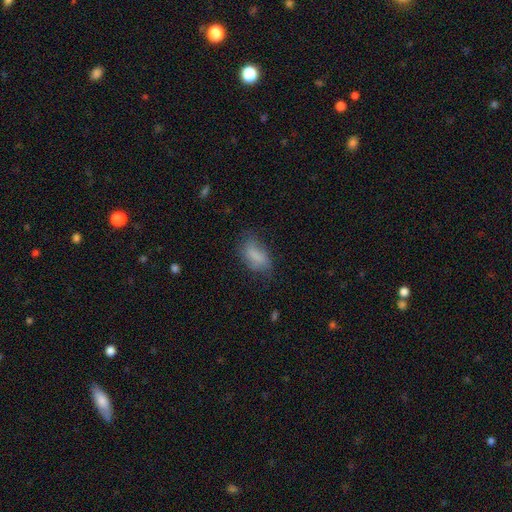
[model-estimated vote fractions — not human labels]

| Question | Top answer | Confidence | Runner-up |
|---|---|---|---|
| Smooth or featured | smooth | 76% | featured or disk (16%) |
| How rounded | in between | 88% | cigar-shaped (7%) |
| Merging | none | 55% | minor disturbance (30%) |